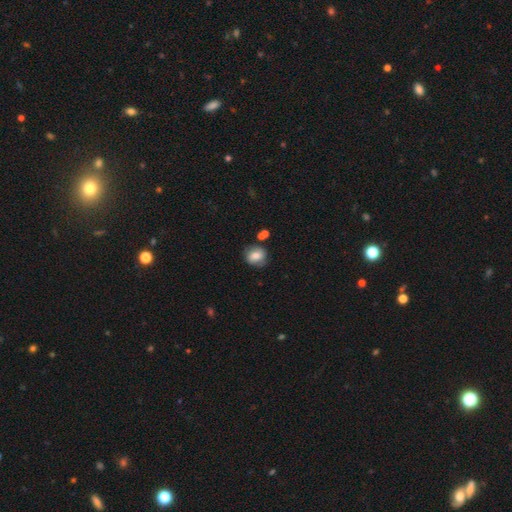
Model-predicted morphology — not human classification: Q: Smooth or featured?
A: smooth (68%); runner-up: featured or disk (23%)
Q: How rounded?
A: round (68%); runner-up: in between (30%)
Q: Merging?
A: none (70%); runner-up: minor disturbance (17%)